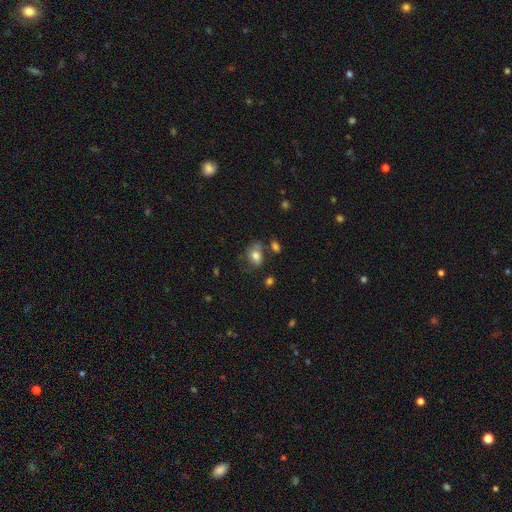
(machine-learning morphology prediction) smooth-or-featured: smooth: 75% | featured or disk: 15% | star or artifact: 10%
  how-rounded: in between: 73% | round: 25% | cigar-shaped: 1%
  merging: none: 51% | minor disturbance: 24% | merger: 13% | major disturbance: 11%